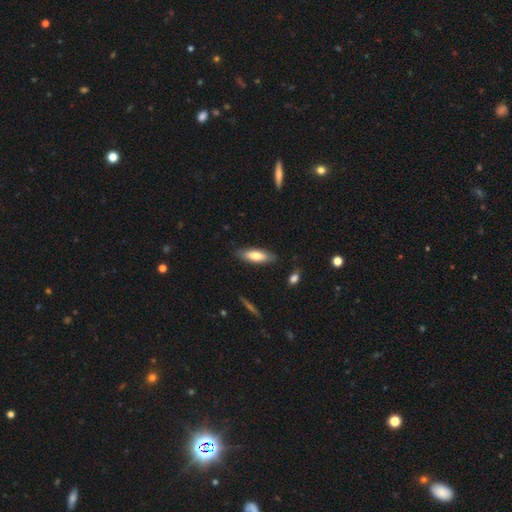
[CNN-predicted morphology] Smooth or featured? smooth (75%)
How rounded? in between (51%)
Merging? none (83%)